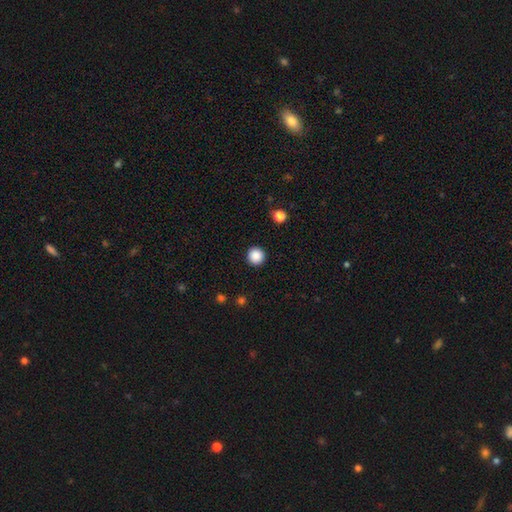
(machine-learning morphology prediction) Smooth or featured? smooth (87%)
How rounded? round (96%)
Merging? none (93%)